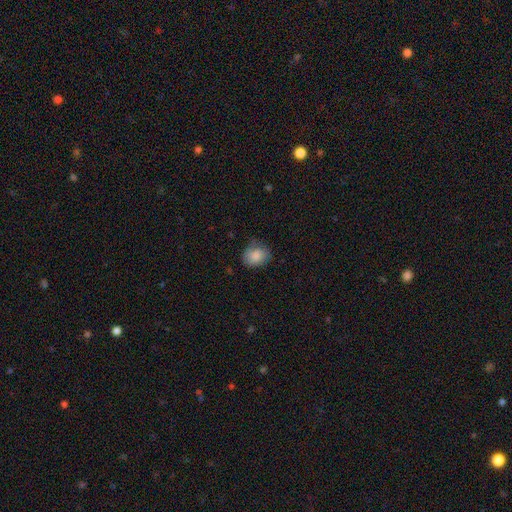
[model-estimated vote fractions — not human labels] A smooth galaxy with no disk features (84%) that is round (53%). Merging: none (65%).